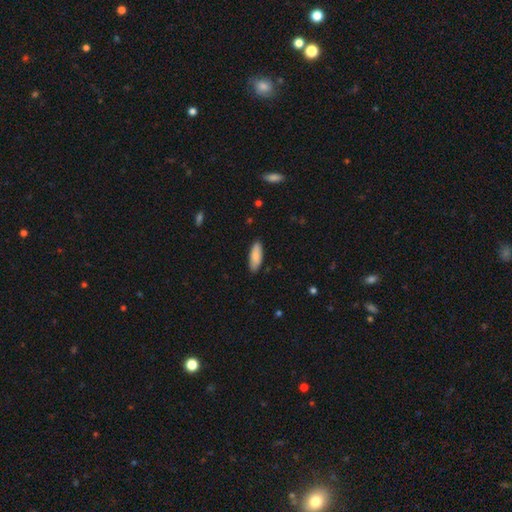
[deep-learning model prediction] This is clearly a smooth galaxy (87%). How rounded: likely in between (70%). Merging: clearly none (87%).